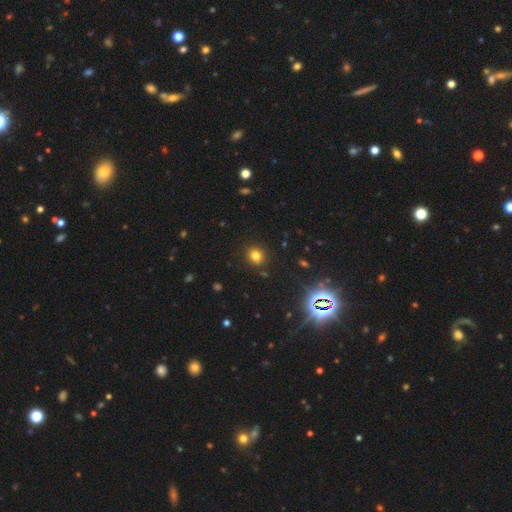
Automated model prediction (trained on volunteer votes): Smooth or featured: smooth — 75% (star or artifact — 18%)
How rounded: round — 79% (in between — 20%)
Merging: none — 88% (minor disturbance — 8%)